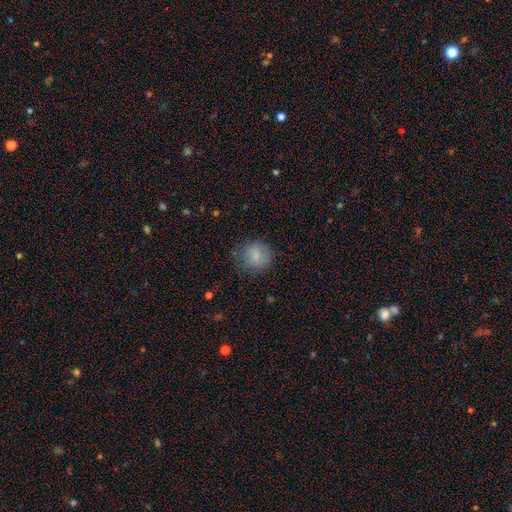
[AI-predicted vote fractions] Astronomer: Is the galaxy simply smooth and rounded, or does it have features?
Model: smooth — 79%.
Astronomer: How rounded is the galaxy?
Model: round — 85%.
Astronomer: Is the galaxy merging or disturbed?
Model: none — 73%.